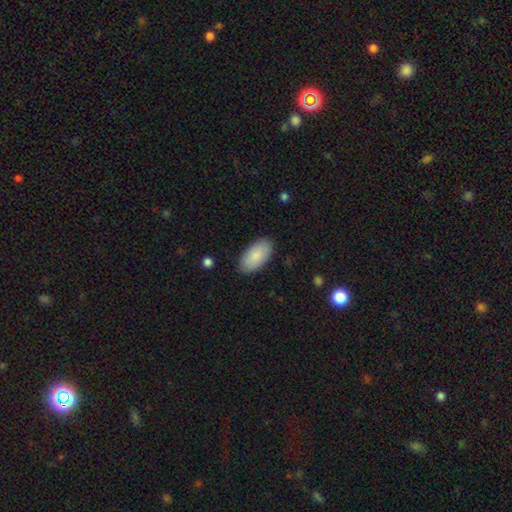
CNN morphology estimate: This appears to be a smooth galaxy with no disk features (85%) that is in between round and cigar-shaped (95%). Merging: none (86%).